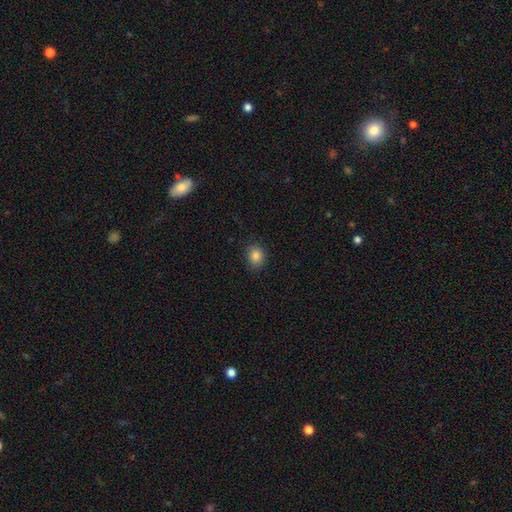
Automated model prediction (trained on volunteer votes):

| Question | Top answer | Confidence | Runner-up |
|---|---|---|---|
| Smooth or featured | smooth | 84% | star or artifact (11%) |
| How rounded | round | 62% | in between (38%) |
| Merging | none | 86% | minor disturbance (10%) |